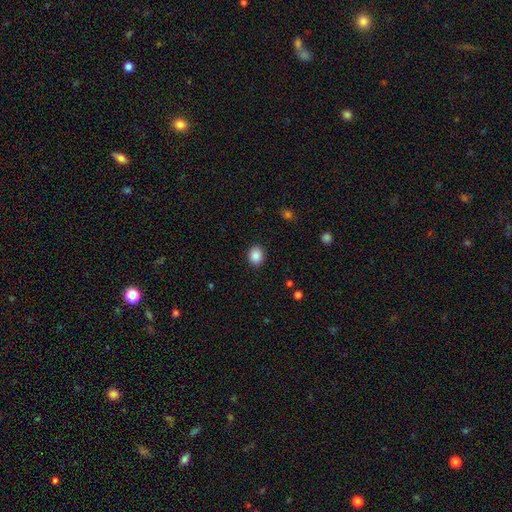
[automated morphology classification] A smooth galaxy with no disk features (88%) that is round (58%).

Vote fractions:
- Smooth or featured? smooth: 88% / star or artifact: 9% / featured or disk: 3%
- How rounded? round: 58% / in between: 41% / cigar-shaped: 1%
- Merging? none: 89% / minor disturbance: 7% / major disturbance: 2% / merger: 1%